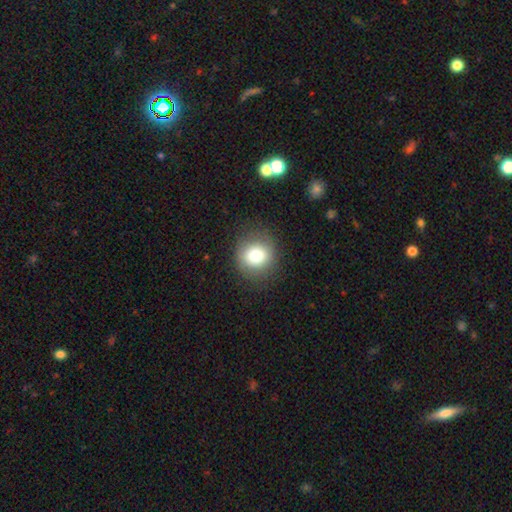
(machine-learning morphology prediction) Smooth or featured: smooth — 77% (featured or disk — 12%)
How rounded: round — 89% (in between — 10%)
Merging: none — 85% (minor disturbance — 10%)